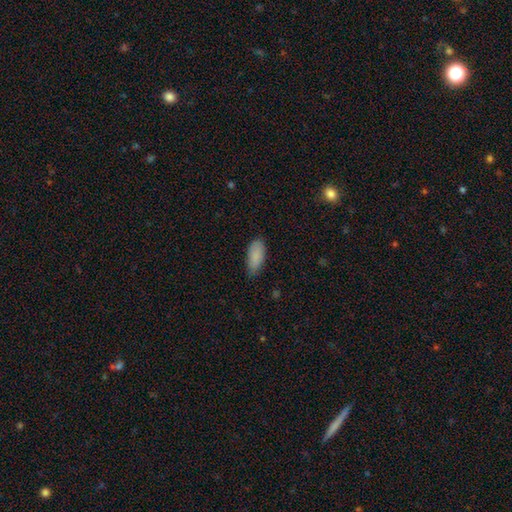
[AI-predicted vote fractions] Smooth or featured? Predicted: smooth (p=0.88). How rounded? Predicted: in between (p=0.88). Merging? Predicted: none (p=0.72).